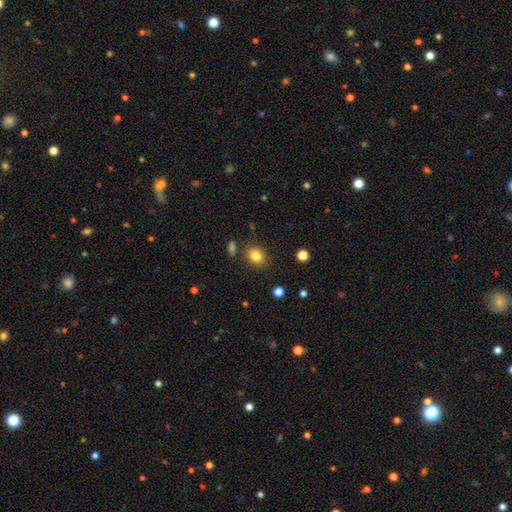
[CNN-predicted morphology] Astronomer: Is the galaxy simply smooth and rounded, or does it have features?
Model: smooth — 84%.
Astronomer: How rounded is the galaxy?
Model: in between — 61% (runner-up: round, 38%).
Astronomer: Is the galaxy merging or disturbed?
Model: none — 81%.